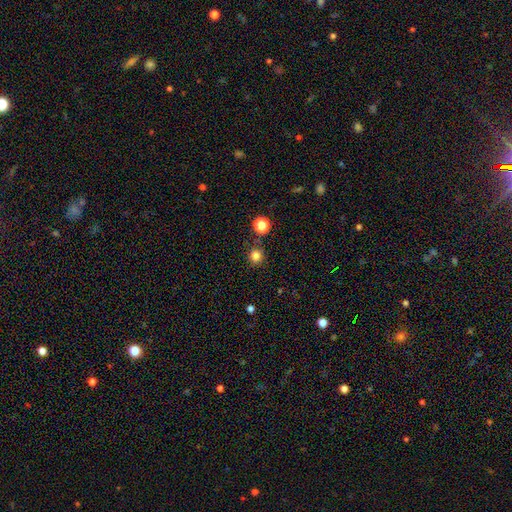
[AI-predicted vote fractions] This is clearly a smooth galaxy (82%). How rounded: clearly round (92%). Merging: clearly none (84%).